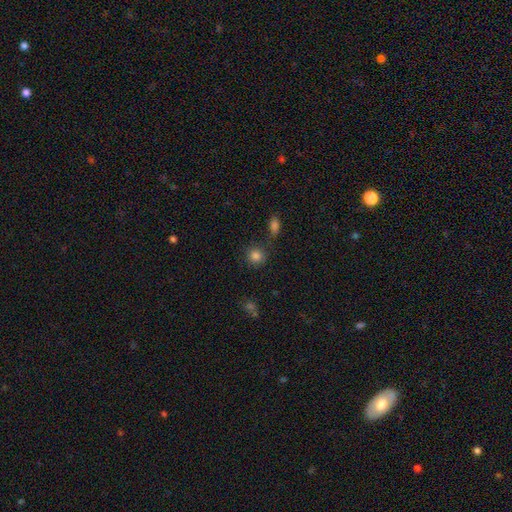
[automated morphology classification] A smooth galaxy with no disk features (84%) that is round (89%). Merging: none (80%).